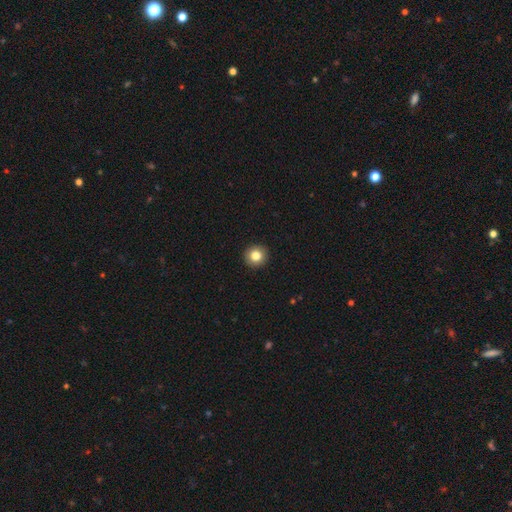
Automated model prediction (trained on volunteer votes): Overall: smooth (83%). How rounded: round (95%). Merging: none (94%).